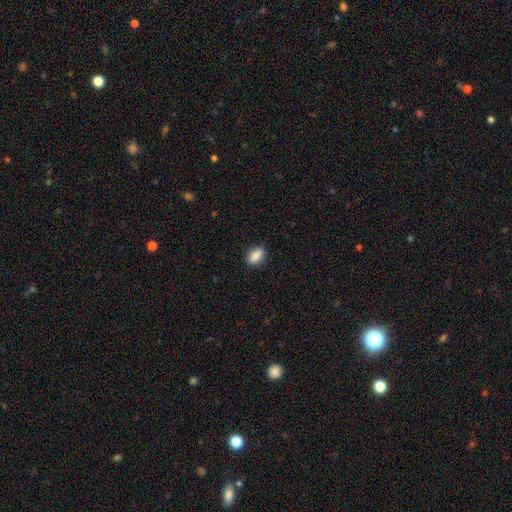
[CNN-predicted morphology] A smooth galaxy with no disk features (86%) that is in between round and cigar-shaped (83%). Merging: none (87%).